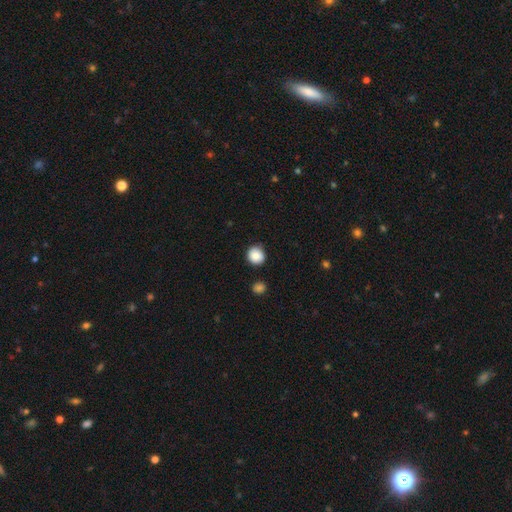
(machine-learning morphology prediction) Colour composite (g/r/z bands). It shows a smooth galaxy with no disk features (88%) that is round (90%). Merging: none (87%).